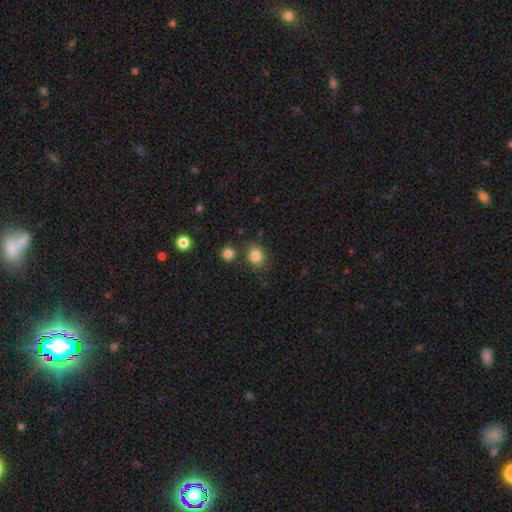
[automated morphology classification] A smooth galaxy with no disk features (83%) that is round (67%). Merging: none (77%).